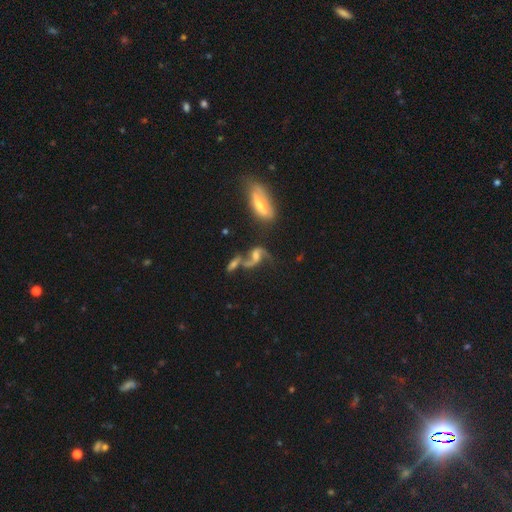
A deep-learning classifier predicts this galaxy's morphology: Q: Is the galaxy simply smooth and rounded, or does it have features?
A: featured or disk — 80%.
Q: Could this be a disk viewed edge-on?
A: no — 94%.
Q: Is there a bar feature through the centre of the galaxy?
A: no — 48%.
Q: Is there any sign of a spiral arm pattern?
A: yes — 92%.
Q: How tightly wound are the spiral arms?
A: loose — 78%.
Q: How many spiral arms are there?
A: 2 — 87%.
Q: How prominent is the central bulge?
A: small — 32%.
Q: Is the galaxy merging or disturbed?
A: none — 37%.